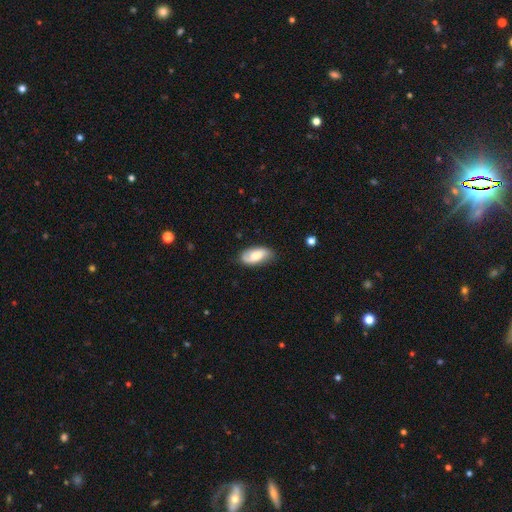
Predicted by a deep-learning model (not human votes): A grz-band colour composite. It shows a smooth galaxy with no disk features (59%) that is in between round and cigar-shaped (92%). Merging: none (75%).